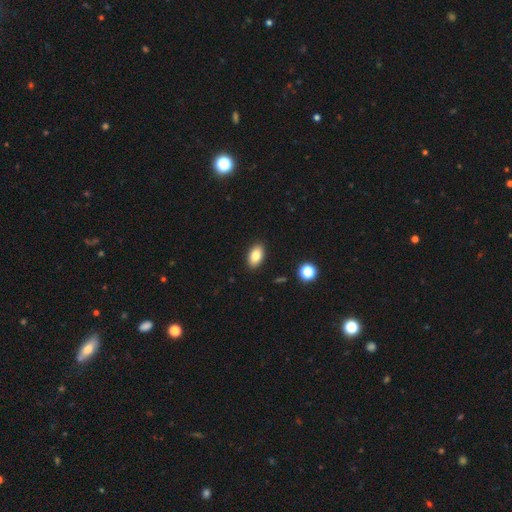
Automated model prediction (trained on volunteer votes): Smooth or featured? smooth (82%)
How rounded? in between (92%)
Merging? none (89%)